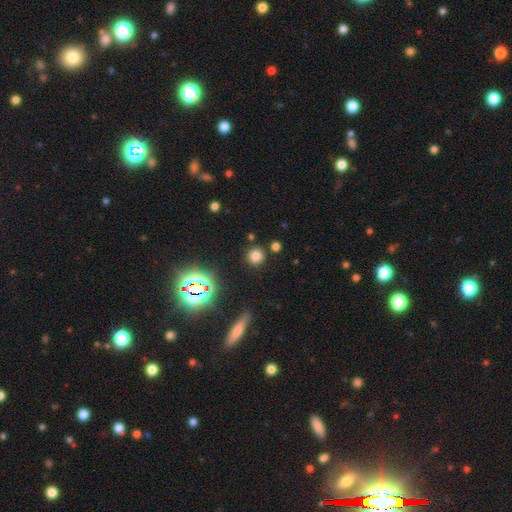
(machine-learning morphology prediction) Smooth or featured? smooth (72%)
How rounded? round (91%)
Merging? none (86%)